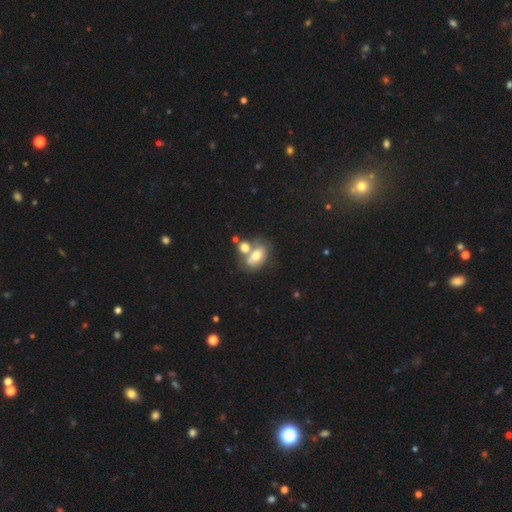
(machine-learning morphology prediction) Q: Smooth or featured?
A: smooth (64%); runner-up: featured or disk (26%)
Q: How rounded?
A: in between (83%); runner-up: round (14%)
Q: Merging?
A: merger (47%); runner-up: none (33%)